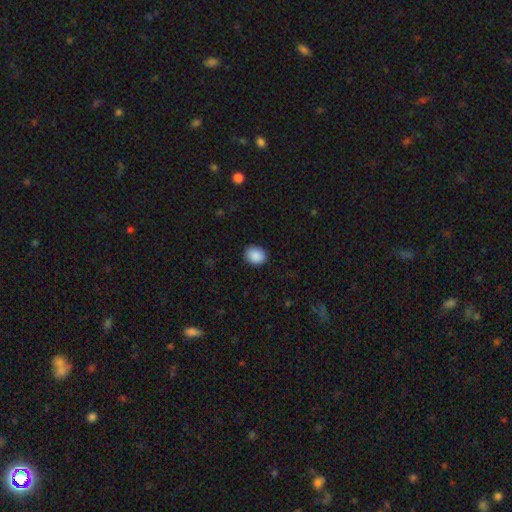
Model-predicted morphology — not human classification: Smooth or featured: smooth — 90% (star or artifact — 8%)
How rounded: in between — 51% (round — 48%)
Merging: none — 88% (minor disturbance — 9%)